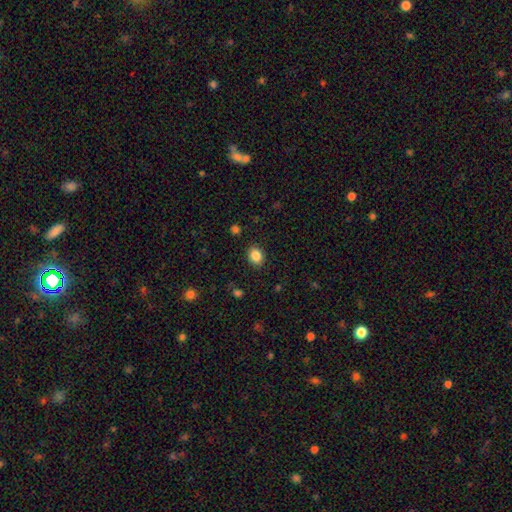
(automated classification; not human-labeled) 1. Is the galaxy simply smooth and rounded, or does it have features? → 86% smooth, 10% star or artifact, 4% featured or disk.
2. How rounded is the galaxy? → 57% round, 43% in between, 1% cigar-shaped.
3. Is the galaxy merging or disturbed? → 88% none, 8% minor disturbance, 3% major disturbance, 1% merger.